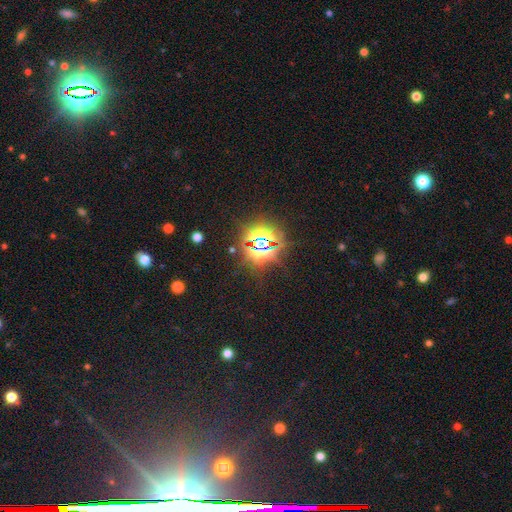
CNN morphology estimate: star or artifact 79%, smooth 13%, featured or disk 8%.